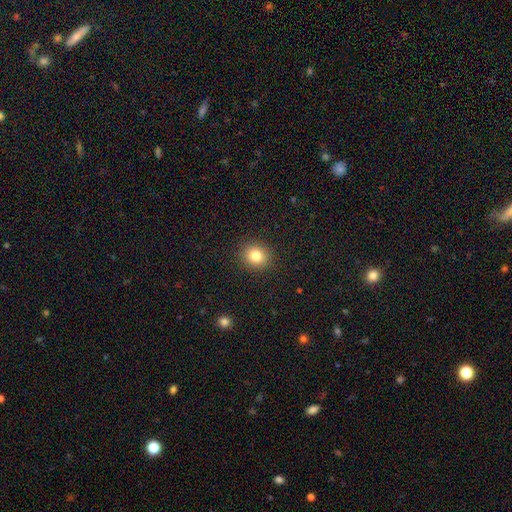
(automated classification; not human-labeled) Smooth or featured? Predicted: smooth (p=0.82). How rounded? Predicted: round (p=0.80). Merging? Predicted: none (p=0.91).